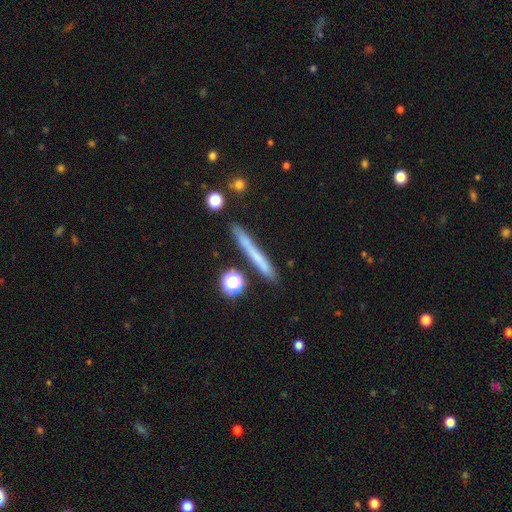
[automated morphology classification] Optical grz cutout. It shows a smooth galaxy with no disk features (58%) that is cigar-shaped (93%). Merging: none (82%).